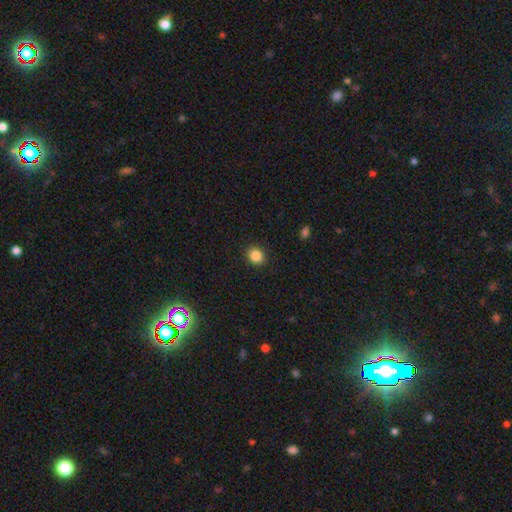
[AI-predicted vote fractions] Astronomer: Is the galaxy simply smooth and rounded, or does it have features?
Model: smooth — 86%.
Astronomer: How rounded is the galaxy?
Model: round — 67%.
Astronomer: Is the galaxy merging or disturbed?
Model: none — 90%.